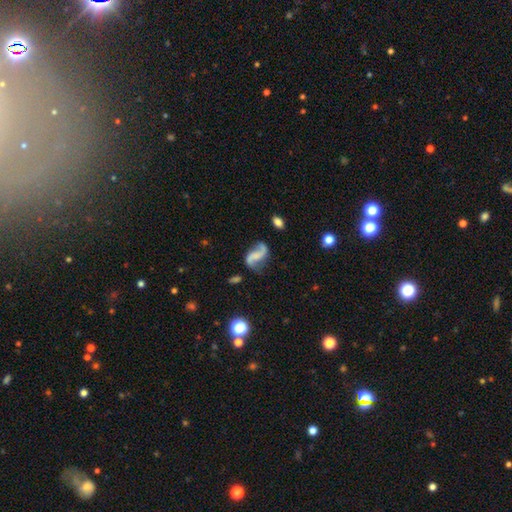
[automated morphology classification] Smooth or featured? Predicted: featured or disk (p=0.82). Edge-on disk? Predicted: no (p=0.98). Bar? Predicted: no (p=0.44). Spiral arms? Predicted: yes (p=0.94). Spiral winding? Predicted: loose (p=0.81). Spiral arm count? Predicted: 2 (p=0.92). Bulge size? Predicted: none (p=0.67). Merging? Predicted: none (p=0.66).